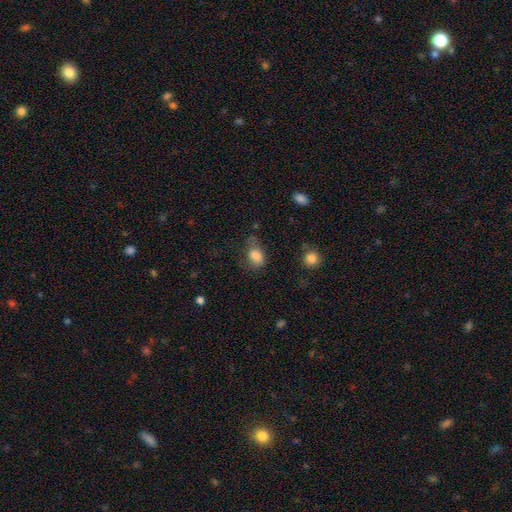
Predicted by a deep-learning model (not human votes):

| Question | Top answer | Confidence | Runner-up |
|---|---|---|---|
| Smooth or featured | smooth | 82% | star or artifact (10%) |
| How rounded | in between | 76% | round (22%) |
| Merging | none | 48% | minor disturbance (31%) |